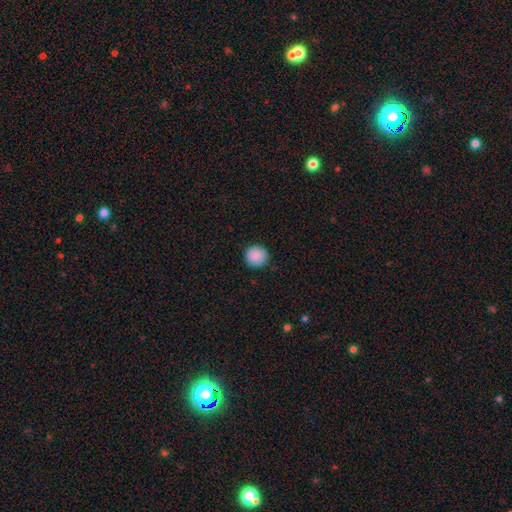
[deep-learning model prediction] The model was most divided on "smooth or featured": smooth: 89%, star or artifact: 8%, featured or disk: 3%. More confident: how rounded — round (94%); merging — none (90%).